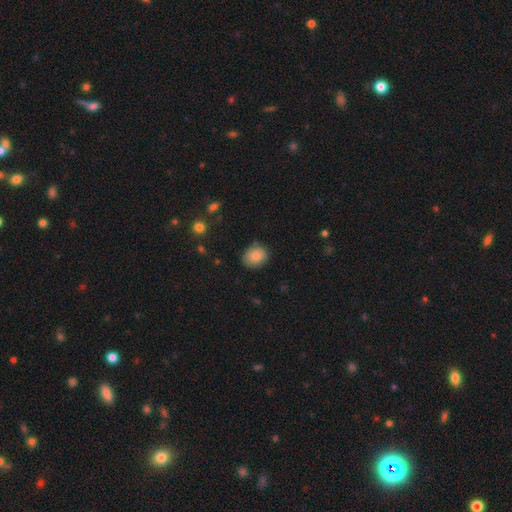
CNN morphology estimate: A smooth galaxy with no disk features (85%) that is in between round and cigar-shaped (50%). Merging: none (82%).